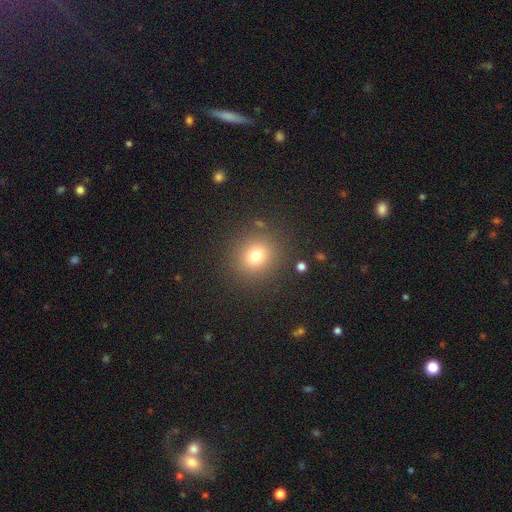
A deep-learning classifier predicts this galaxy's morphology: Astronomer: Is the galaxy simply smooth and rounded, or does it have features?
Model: smooth — 74%.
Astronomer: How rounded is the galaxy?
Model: round — 87%.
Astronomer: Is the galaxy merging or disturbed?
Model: none — 87%.